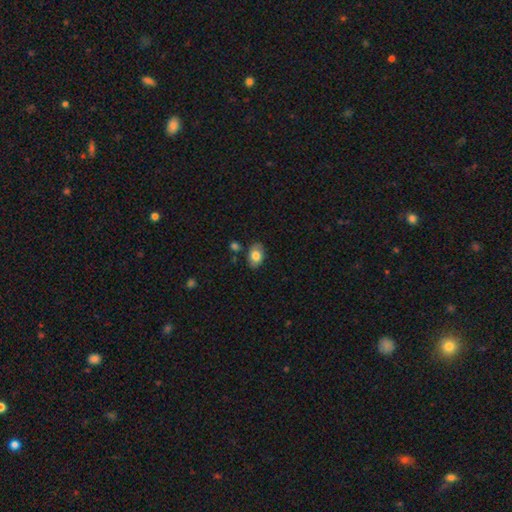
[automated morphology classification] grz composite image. It shows a smooth galaxy with no disk features (80%) that is in between round and cigar-shaped (86%). Merging: none (83%).